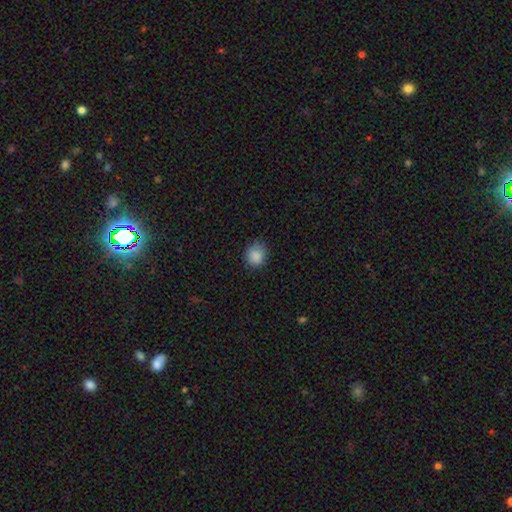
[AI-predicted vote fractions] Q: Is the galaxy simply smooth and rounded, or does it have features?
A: smooth — 87%.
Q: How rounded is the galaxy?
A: round — 74%.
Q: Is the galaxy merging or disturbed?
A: none — 79%.